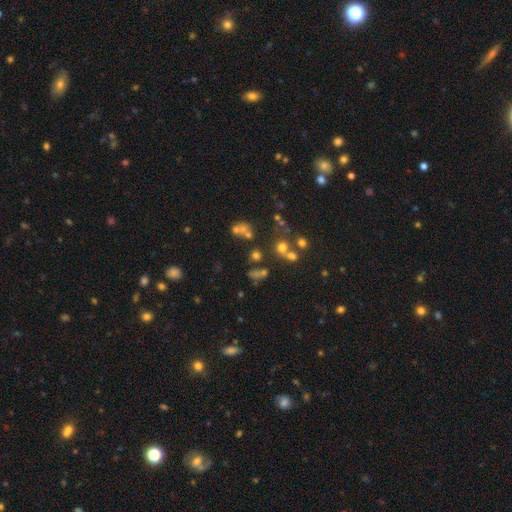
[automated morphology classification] Q: Smooth or featured?
A: star or artifact (43%); runner-up: smooth (40%)